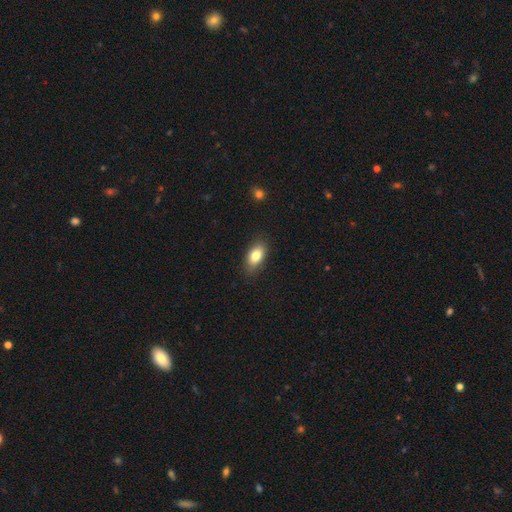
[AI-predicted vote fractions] Smooth or featured? smooth (81%)
How rounded? in between (90%)
Merging? none (84%)